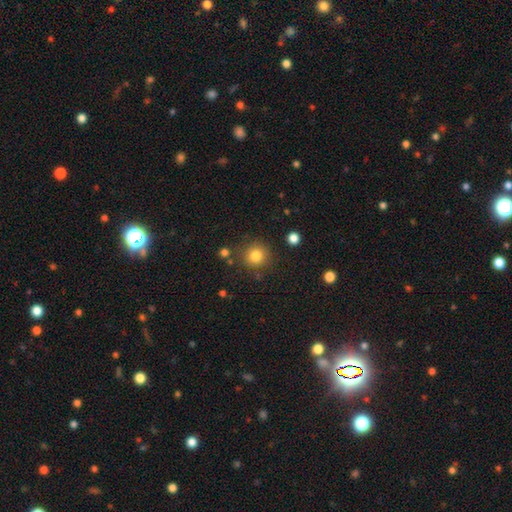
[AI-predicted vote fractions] smooth_or_featured: smooth (p=0.82) [alt: star or artifact p=0.12]
how_rounded: round (p=0.92) [alt: in between p=0.07]
merging: none (p=0.84) [alt: minor disturbance p=0.08]